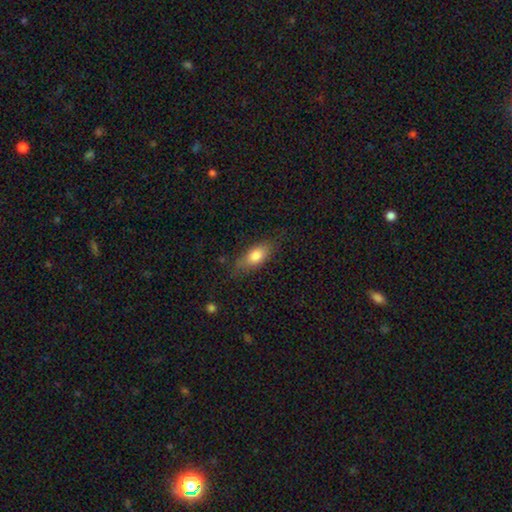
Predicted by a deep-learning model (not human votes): The model was most divided on "merging": none: 71%, minor disturbance: 21%, major disturbance: 7%, merger: 2%. More confident: how rounded — in between (79%); smooth or featured — smooth (77%).